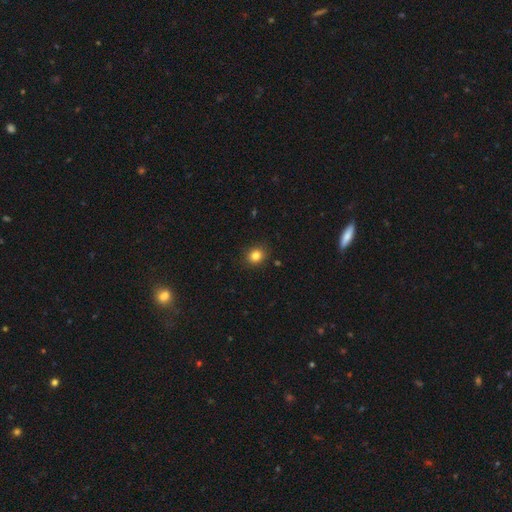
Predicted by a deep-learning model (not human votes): smooth_or_featured: smooth (p=0.83) [alt: star or artifact p=0.11]
how_rounded: round (p=0.73) [alt: in between p=0.26]
merging: none (p=0.88) [alt: minor disturbance p=0.08]